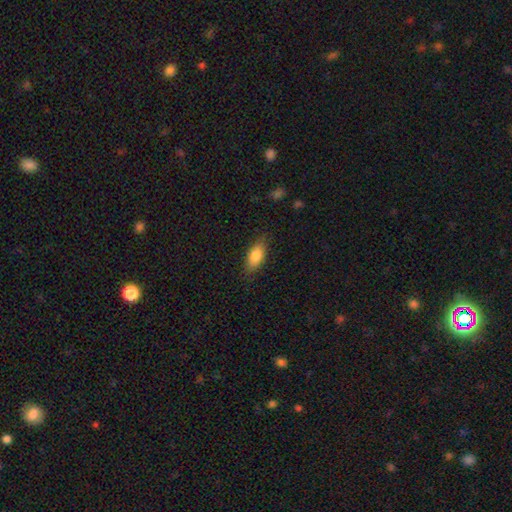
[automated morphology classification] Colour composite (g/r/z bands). It shows a smooth galaxy with no disk features (84%) that is in between round and cigar-shaped (84%). Merging: none (81%).